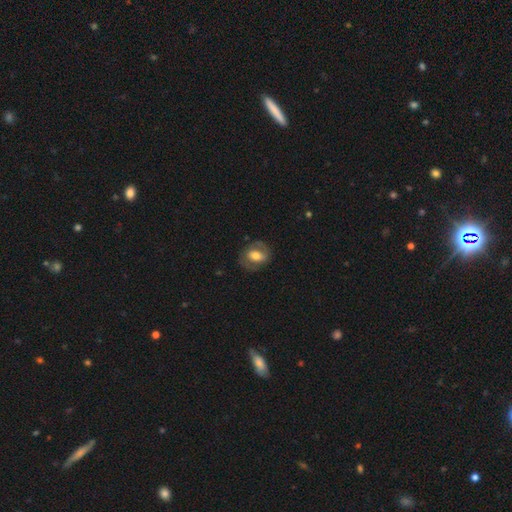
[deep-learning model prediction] Smooth or featured?
  - smooth: 49% *
  - featured or disk: 44%
  - star or artifact: 7%
Merging?
  - none: 72% *
  - minor disturbance: 17%
  - major disturbance: 10%
  - merger: 1%